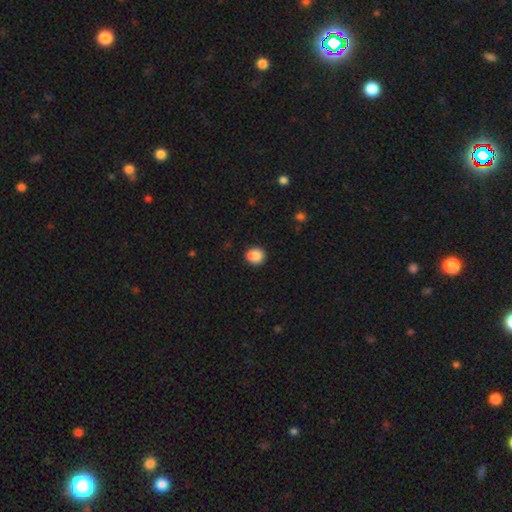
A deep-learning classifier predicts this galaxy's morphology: smooth_or_featured: smooth (p=0.87) [alt: star or artifact p=0.09]
how_rounded: round (p=0.83) [alt: in between p=0.16]
merging: none (p=0.83) [alt: minor disturbance p=0.11]